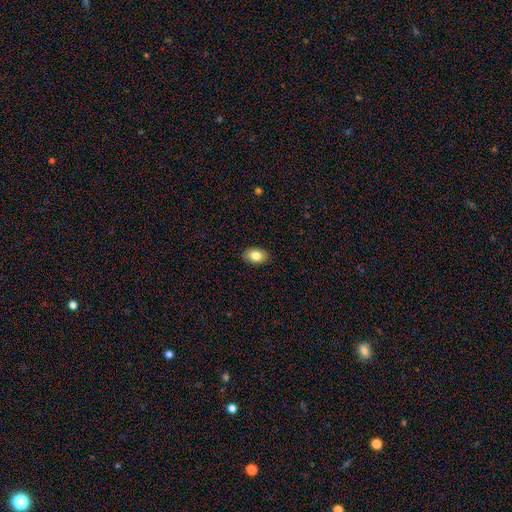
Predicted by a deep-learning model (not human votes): Smooth or featured? Predicted: smooth (p=0.83). How rounded? Predicted: in between (p=0.87). Merging? Predicted: none (p=0.89).